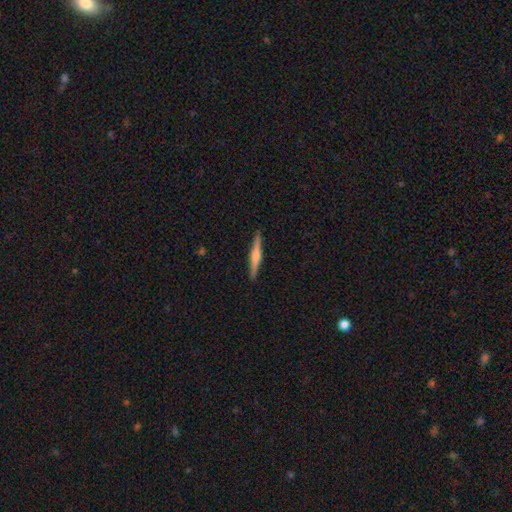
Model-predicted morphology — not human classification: smooth-or-featured: featured or disk: 65% | smooth: 29% | star or artifact: 6%
  disk-edge-on: yes: 98% | no: 2%
    edge-on-bulge: rounded: 74% | boxy: 17% | none: 10%
  merging: none: 92% | minor disturbance: 6% | major disturbance: 1% | merger: 1%